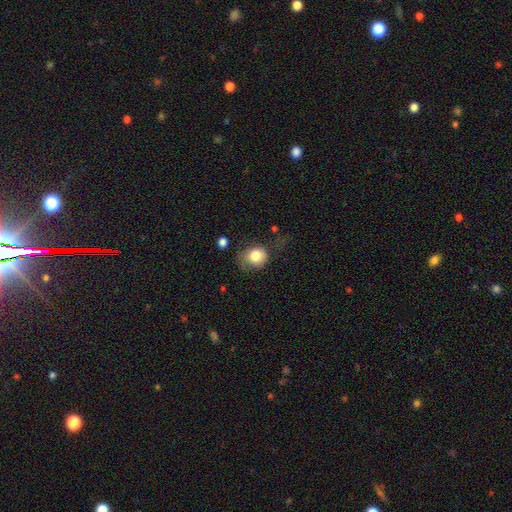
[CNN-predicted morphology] type=smooth (80%); roundness=round (61%); merging=none (43%).